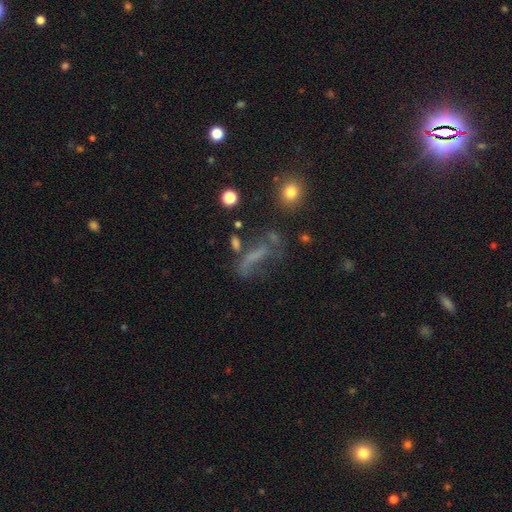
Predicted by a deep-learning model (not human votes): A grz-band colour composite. It shows a featured or disk galaxy (39%). Merging: none (36%).